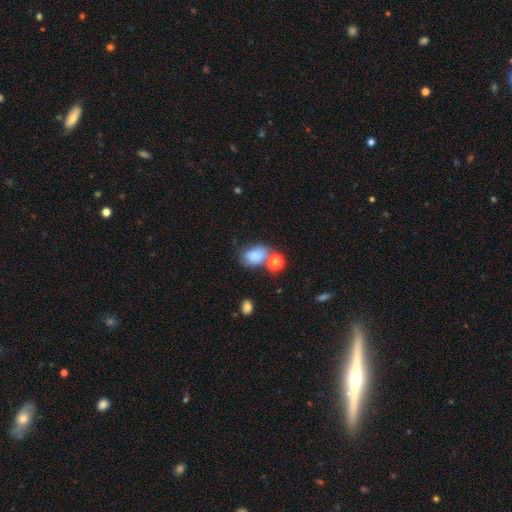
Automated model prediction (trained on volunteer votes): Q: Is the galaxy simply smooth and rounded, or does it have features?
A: smooth — 82%.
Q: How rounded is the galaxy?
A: in between — 79%.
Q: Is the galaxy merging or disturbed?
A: none — 49%.